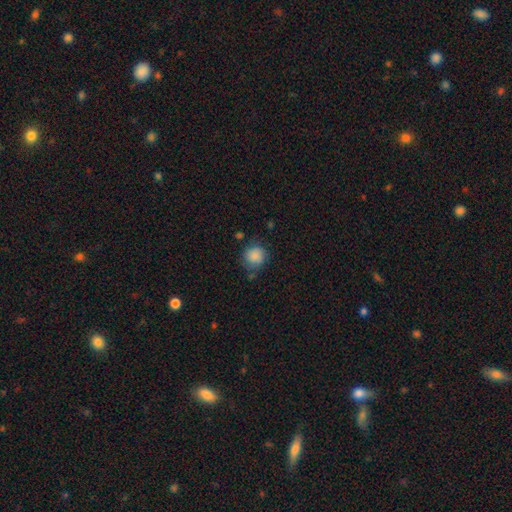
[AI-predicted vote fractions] A smooth galaxy with no disk features (86%) that is round (87%). Merging: none (69%).